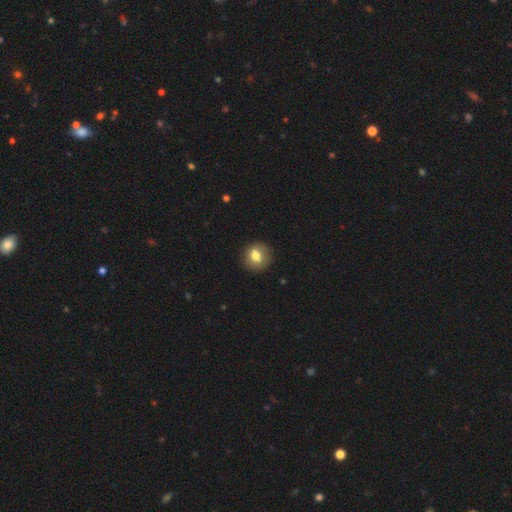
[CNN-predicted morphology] The model was most divided on "smooth or featured": smooth: 76%, featured or disk: 15%, star or artifact: 9%. More confident: merging — none (88%); how rounded — round (86%).